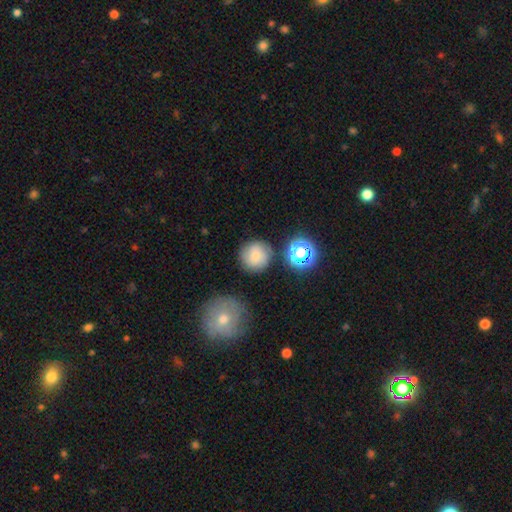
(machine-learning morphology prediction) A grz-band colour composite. It shows a smooth galaxy with no disk features (75%) that is round (93%). Merging: none (79%).